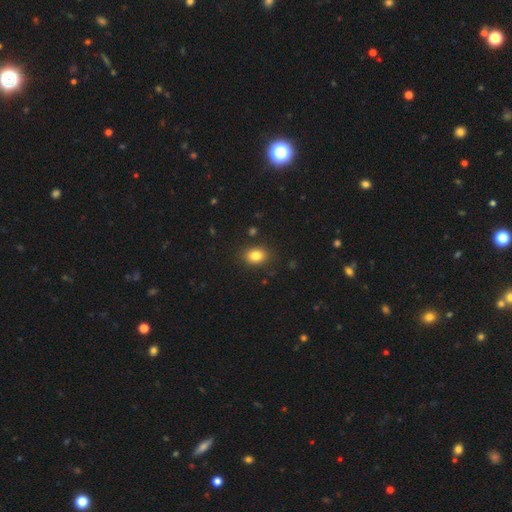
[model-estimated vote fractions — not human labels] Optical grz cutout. It shows a smooth galaxy with no disk features (83%) that is in between round and cigar-shaped (64%). Merging: none (87%).